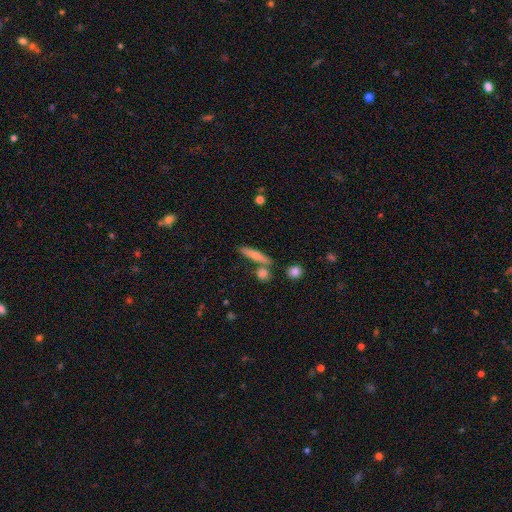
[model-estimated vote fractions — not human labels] A smooth galaxy with no disk features (64%) that is cigar-shaped (83%). Merging: none (70%).